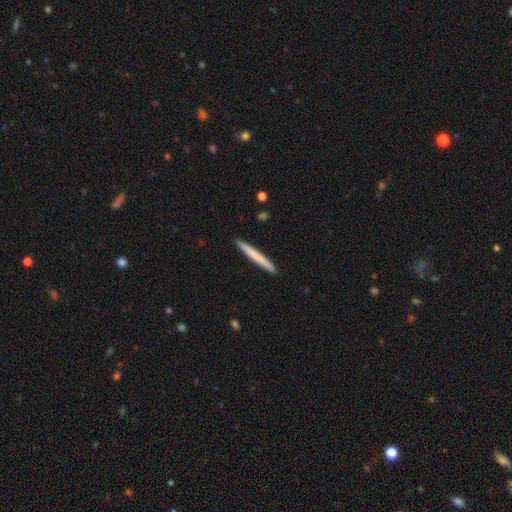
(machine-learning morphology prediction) A smooth galaxy with no disk features (72%) that is cigar-shaped (97%).

Vote fractions:
- Smooth or featured? smooth: 72% / featured or disk: 23% / star or artifact: 5%
- How rounded? cigar-shaped: 97% / in between: 2% / round: 1%
- Merging? none: 93% / minor disturbance: 5% / major disturbance: 1% / merger: 1%